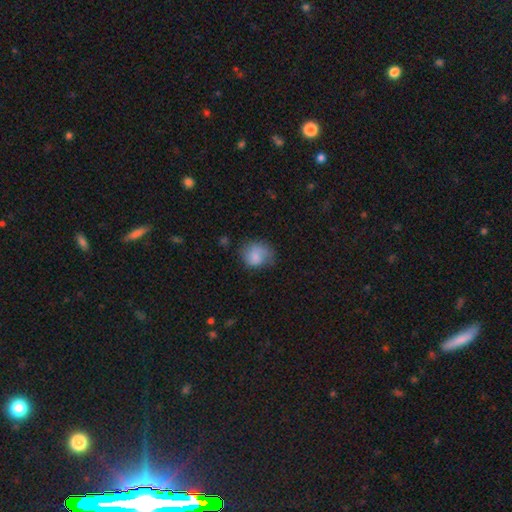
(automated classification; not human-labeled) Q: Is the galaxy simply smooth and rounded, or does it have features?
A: smooth — 72%.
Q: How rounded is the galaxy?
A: round — 70%.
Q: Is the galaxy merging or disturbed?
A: none — 55%.